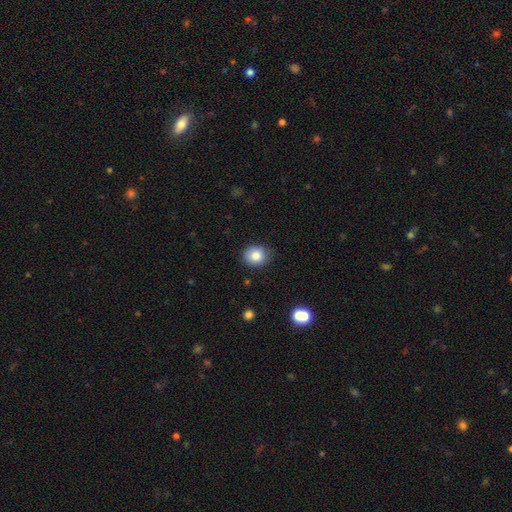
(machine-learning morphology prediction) The model was most divided on "how rounded": round: 74%, in between: 26%, cigar-shaped: 1%. More confident: merging — none (84%); smooth or featured — smooth (83%).